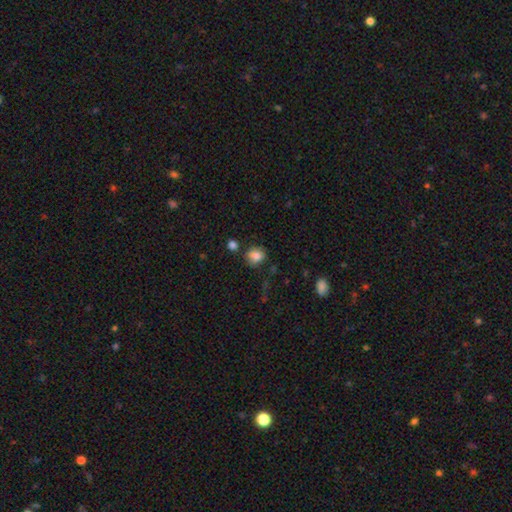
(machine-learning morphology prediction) Q: Smooth or featured?
A: smooth (83%); runner-up: star or artifact (11%)
Q: How rounded?
A: round (61%); runner-up: in between (38%)
Q: Merging?
A: none (70%); runner-up: minor disturbance (18%)